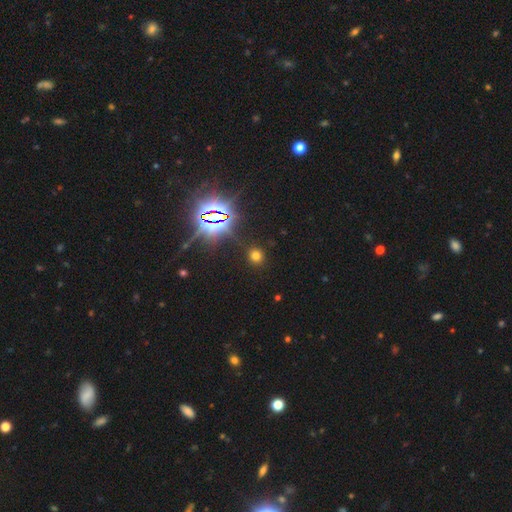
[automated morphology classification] Overall: smooth (61%; star or artifact 32%). How rounded: round (86%). Merging: none (87%).